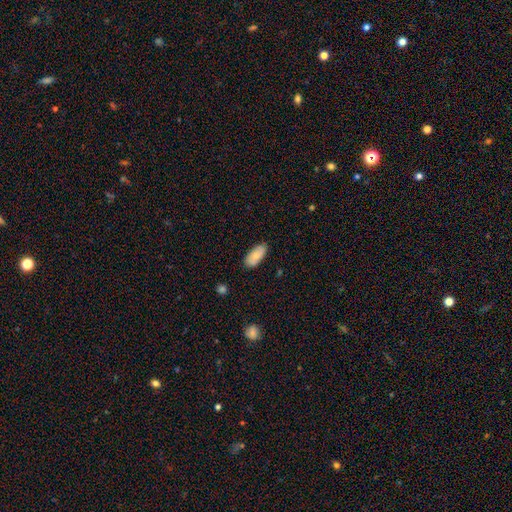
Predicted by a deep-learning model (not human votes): Smooth or featured? smooth (80%)
How rounded? in between (90%)
Merging? none (82%)